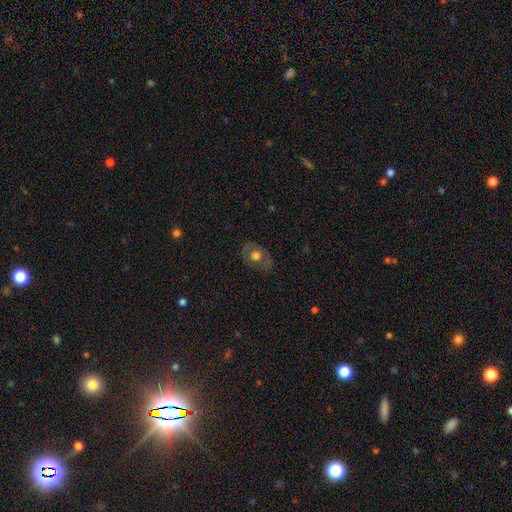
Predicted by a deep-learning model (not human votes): Smooth or featured: smooth — 54% (featured or disk — 36%)
How rounded: in between — 64% (round — 34%)
Merging: none — 77% (minor disturbance — 16%)